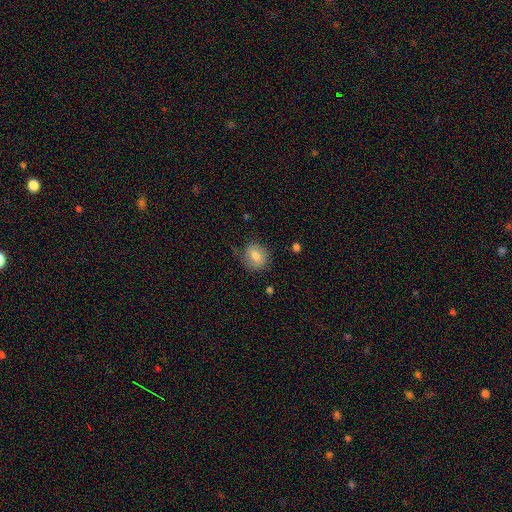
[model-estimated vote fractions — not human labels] Morphology: type=smooth (74%); roundness=round (67%); merging=none (71%).